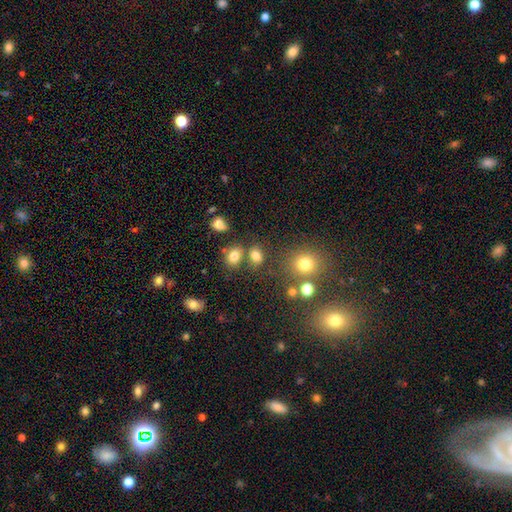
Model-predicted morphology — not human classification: Smooth or featured: smooth — 78% (star or artifact — 15%)
How rounded: in between — 62% (round — 36%)
Merging: none — 64% (merger — 18%)